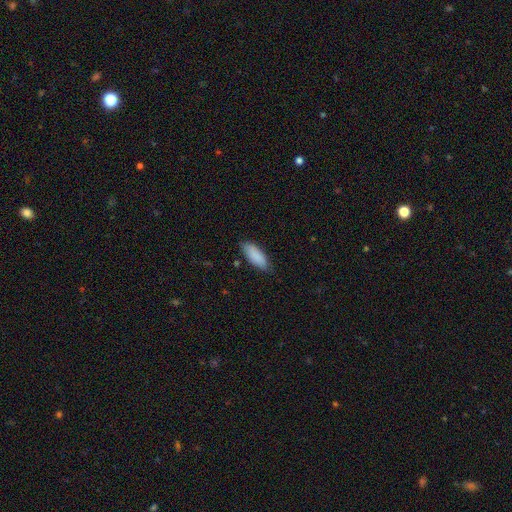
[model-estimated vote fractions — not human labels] Smooth or featured? Predicted: smooth (p=0.88). How rounded? Predicted: in between (p=0.74). Merging? Predicted: none (p=0.79).